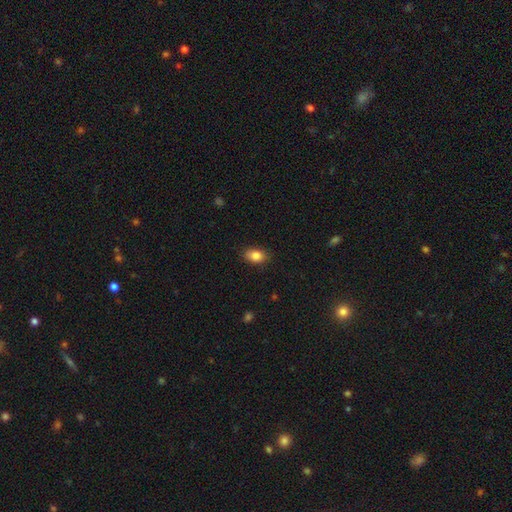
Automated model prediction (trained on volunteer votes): A smooth galaxy with no disk features (85%) that is in between round and cigar-shaped (84%).

Vote fractions:
- Smooth or featured? smooth: 85% / star or artifact: 8% / featured or disk: 6%
- How rounded? in between: 84% / round: 15% / cigar-shaped: 2%
- Merging? none: 84% / minor disturbance: 12% / major disturbance: 2% / merger: 1%